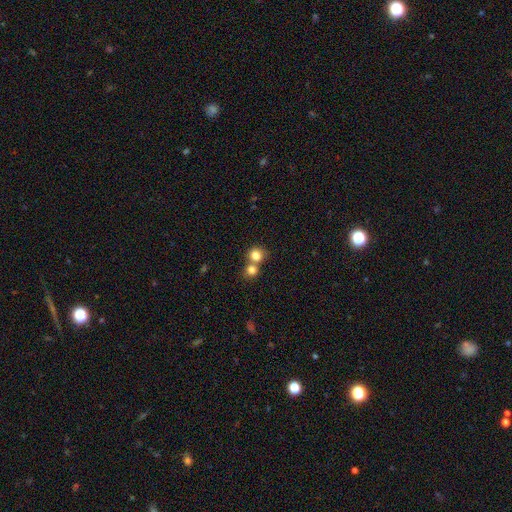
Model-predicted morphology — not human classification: This is clearly a smooth galaxy (81%). How rounded: clearly round (84%). Merging: possibly merger (46%, tied with none).